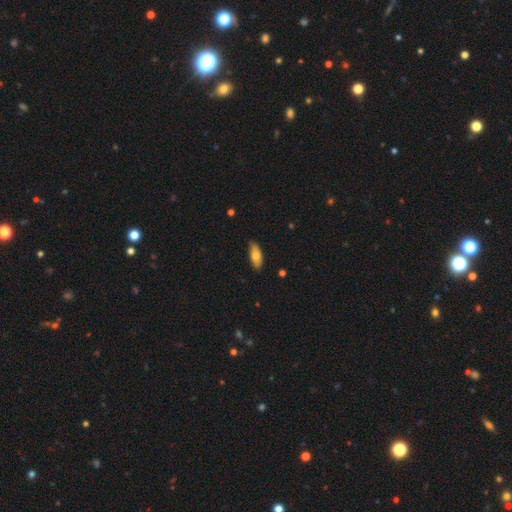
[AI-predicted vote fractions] smooth_or_featured: smooth (p=0.73) [alt: featured or disk p=0.21]
how_rounded: in between (p=0.77) [alt: cigar-shaped p=0.21]
merging: none (p=0.83) [alt: minor disturbance p=0.14]